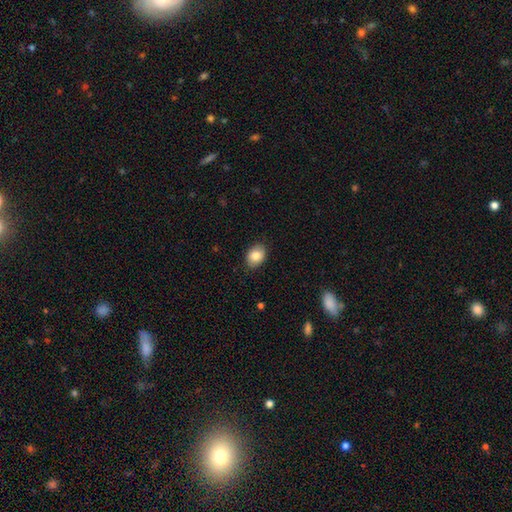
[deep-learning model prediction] Smooth or featured?
  - smooth: 85% *
  - star or artifact: 8%
  - featured or disk: 8%
How rounded?
  - in between: 71% *
  - round: 28%
  - cigar-shaped: 1%
Merging?
  - none: 87% *
  - minor disturbance: 10%
  - major disturbance: 2%
  - merger: 1%